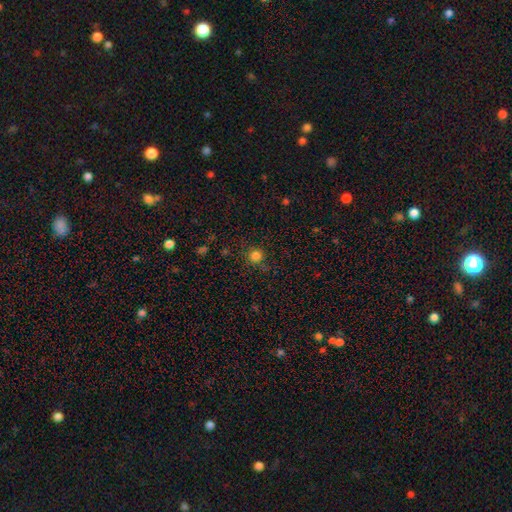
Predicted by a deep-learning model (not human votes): smooth_or_featured: smooth (p=0.81) [alt: star or artifact p=0.15]
how_rounded: round (p=0.94) [alt: in between p=0.05]
merging: none (p=0.84) [alt: minor disturbance p=0.11]